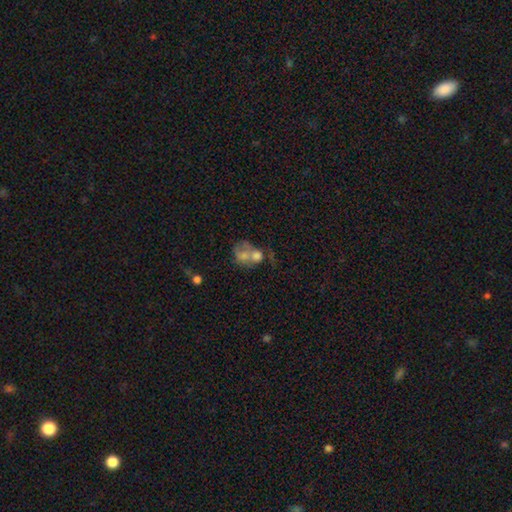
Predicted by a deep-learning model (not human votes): Q: Smooth or featured?
A: smooth (60%); runner-up: featured or disk (28%)
Q: How rounded?
A: round (54%); runner-up: in between (45%)
Q: Merging?
A: merger (64%); runner-up: none (16%)